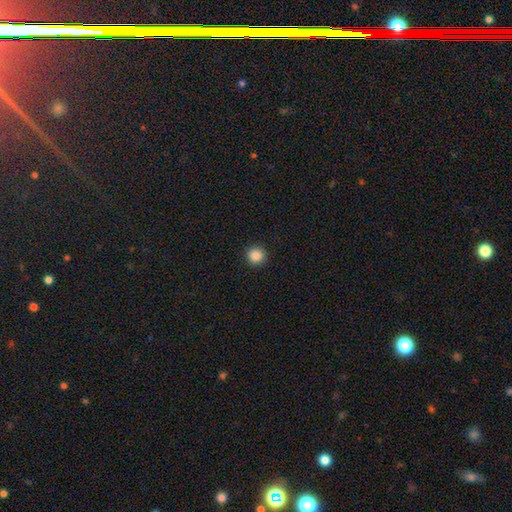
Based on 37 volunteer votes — Smooth or featured: smooth — 92% (featured or disk — 8%)
How rounded: round — 100%
Merging: none — 95% (minor disturbance — 5%)